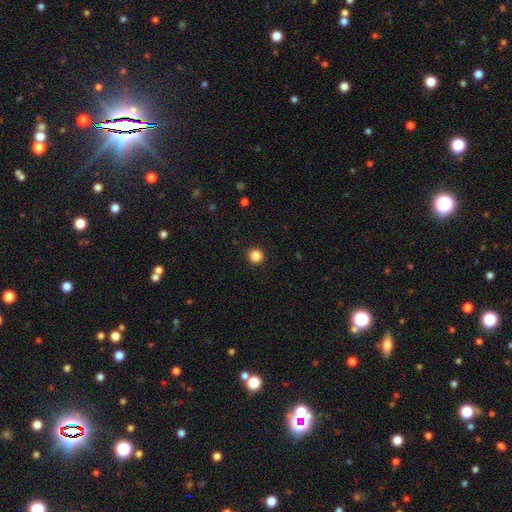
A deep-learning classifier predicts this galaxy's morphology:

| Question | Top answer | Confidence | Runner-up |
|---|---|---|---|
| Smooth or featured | smooth | 86% | star or artifact (11%) |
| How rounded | round | 96% | in between (3%) |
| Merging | none | 94% | minor disturbance (4%) |